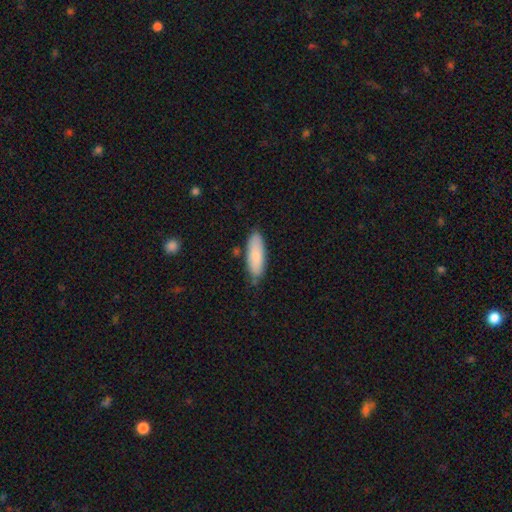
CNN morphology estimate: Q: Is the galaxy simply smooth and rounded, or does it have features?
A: smooth — 80%.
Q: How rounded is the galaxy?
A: in between — 59%.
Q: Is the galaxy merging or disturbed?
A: none — 77%.